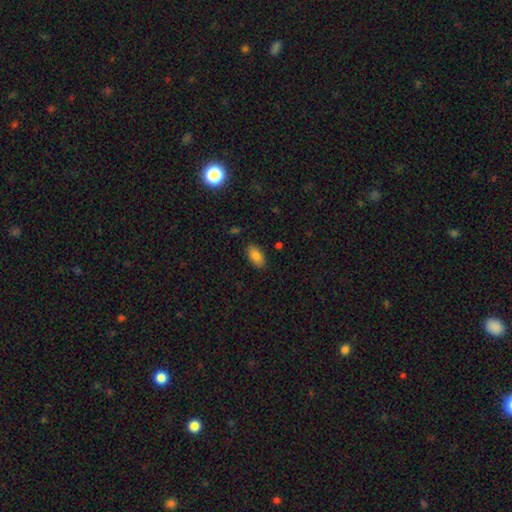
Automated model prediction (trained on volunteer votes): Morphology: type=smooth (84%); roundness=in between (93%); merging=none (87%).